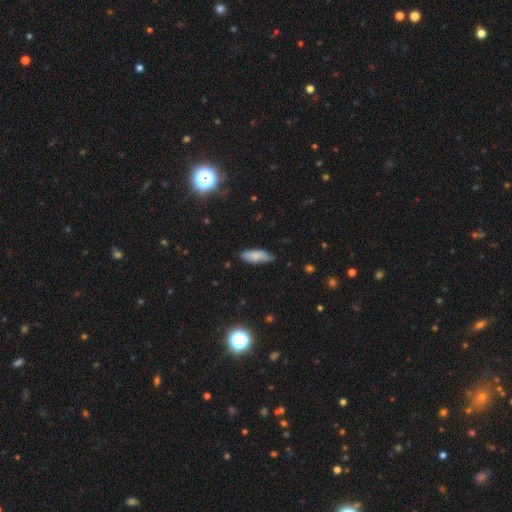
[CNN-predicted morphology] A smooth galaxy with no disk features (80%) that is in between round and cigar-shaped (69%).

Vote fractions:
- Smooth or featured? smooth: 80% / featured or disk: 13% / star or artifact: 7%
- How rounded? in between: 69% / cigar-shaped: 29% / round: 2%
- Merging? none: 70% / minor disturbance: 25% / major disturbance: 3% / merger: 1%